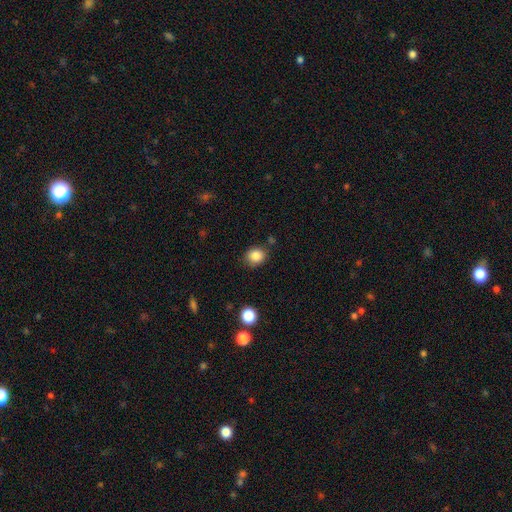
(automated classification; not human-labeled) Smooth or featured? Predicted: smooth (p=0.86). How rounded? Predicted: round (p=0.69). Merging? Predicted: none (p=0.78).